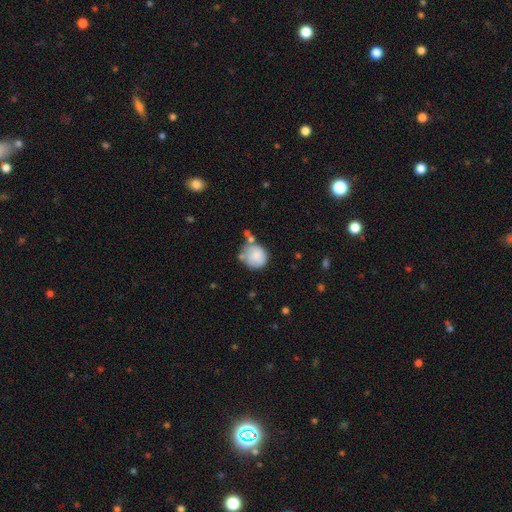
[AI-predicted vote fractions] Q: Smooth or featured?
A: smooth (72%); runner-up: featured or disk (20%)
Q: How rounded?
A: round (84%); runner-up: in between (15%)
Q: Merging?
A: none (51%); runner-up: minor disturbance (26%)